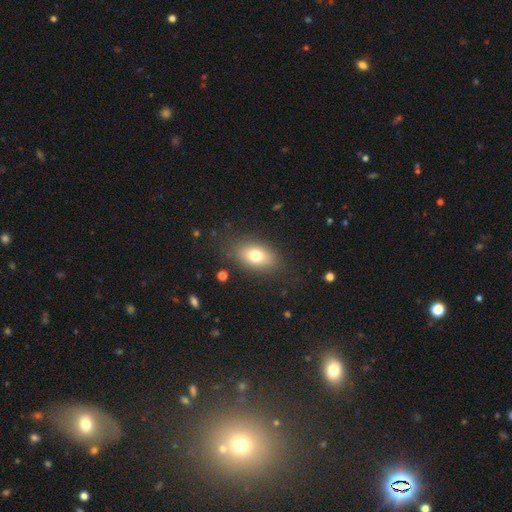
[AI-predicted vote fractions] smooth_or_featured: smooth (p=0.75) [alt: featured or disk p=0.15]
how_rounded: in between (p=0.84) [alt: round p=0.13]
merging: none (p=0.81) [alt: minor disturbance p=0.12]